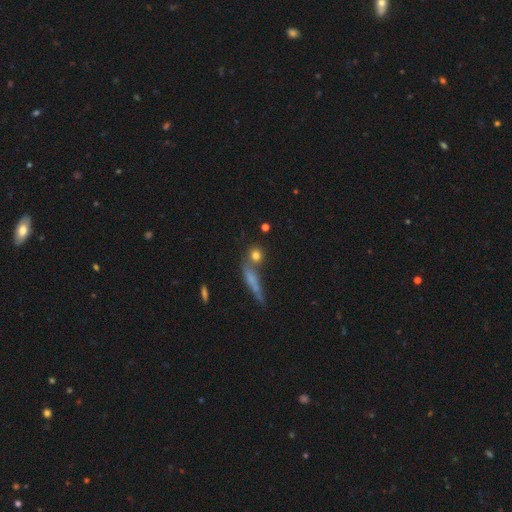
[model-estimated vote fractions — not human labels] Smooth or featured? smooth (74%)
How rounded? round (74%)
Merging? none (63%)